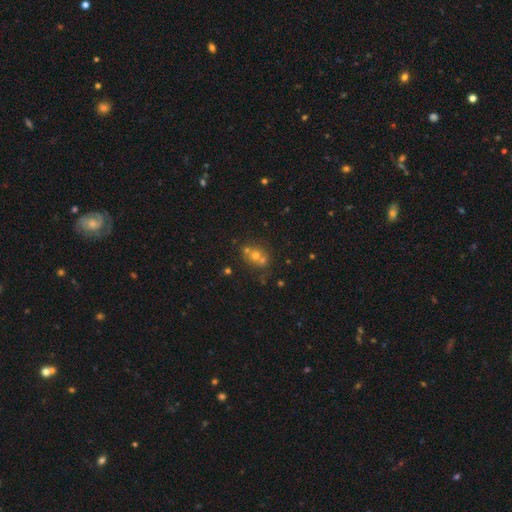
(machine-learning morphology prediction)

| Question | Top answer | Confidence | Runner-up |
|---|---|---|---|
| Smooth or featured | smooth | 59% | featured or disk (22%) |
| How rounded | round | 73% | in between (26%) |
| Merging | merger | 45% | none (42%) |